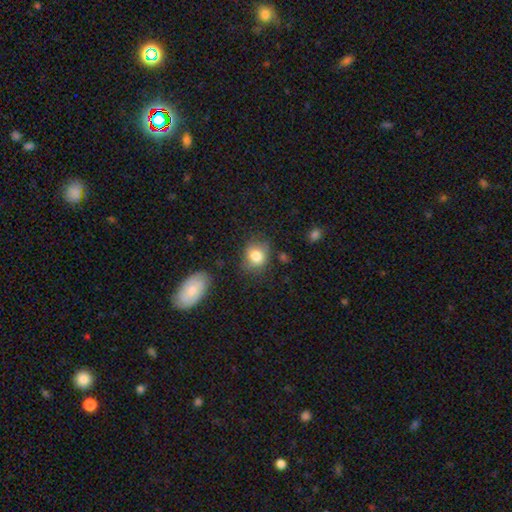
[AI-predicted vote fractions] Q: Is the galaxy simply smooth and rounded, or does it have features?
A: smooth — 80%.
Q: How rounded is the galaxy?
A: round — 56%.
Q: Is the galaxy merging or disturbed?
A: none — 69%.